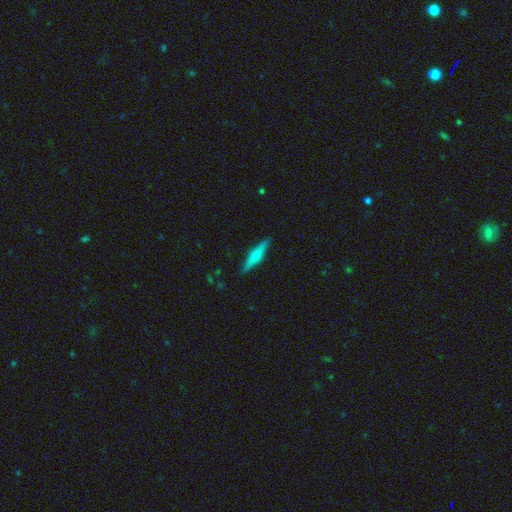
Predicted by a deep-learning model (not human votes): Morphology: type=featured or disk (51%); edge-on=yes (96%); merging=none (89%).